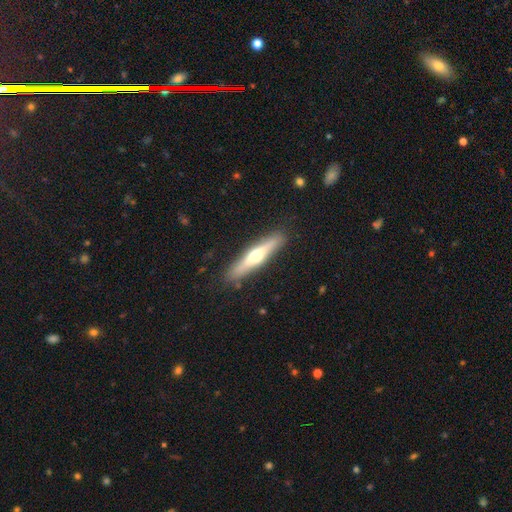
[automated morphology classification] A featured or disk galaxy (55%) viewed edge-on (93%) with a rounded central bulge (88%).

Vote fractions:
- Smooth or featured? featured or disk: 55% / smooth: 39% / star or artifact: 6%
- Edge-on disk? yes: 93% / no: 7%
- Edge-on bulge? rounded: 88% / none: 7% / boxy: 5%
- Merging? none: 88% / minor disturbance: 9% / major disturbance: 2% / merger: 1%